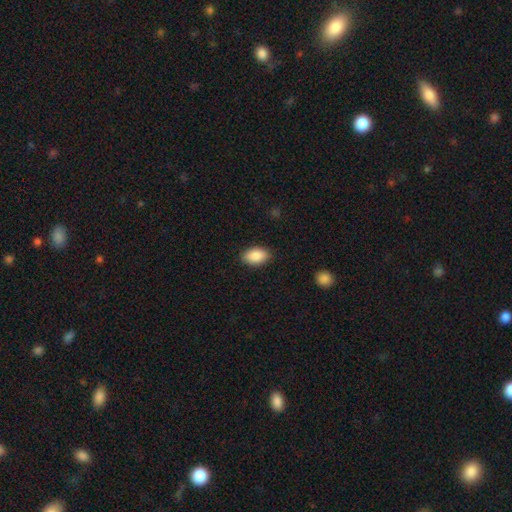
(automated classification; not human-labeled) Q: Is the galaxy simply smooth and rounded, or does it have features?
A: smooth — 89%.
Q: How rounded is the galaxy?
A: in between — 92%.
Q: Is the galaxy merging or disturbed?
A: none — 88%.